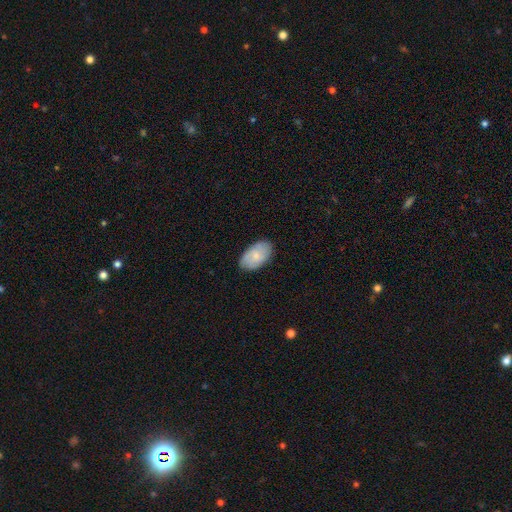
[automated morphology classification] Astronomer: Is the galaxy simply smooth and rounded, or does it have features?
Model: smooth — 75%.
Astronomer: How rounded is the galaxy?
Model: in between — 95%.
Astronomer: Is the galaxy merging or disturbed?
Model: none — 83%.